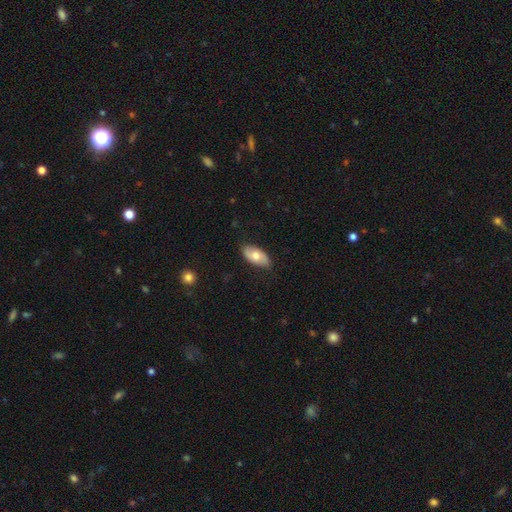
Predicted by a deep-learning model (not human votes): Morphology: type=smooth (62%); roundness=in between (93%); merging=none (82%).